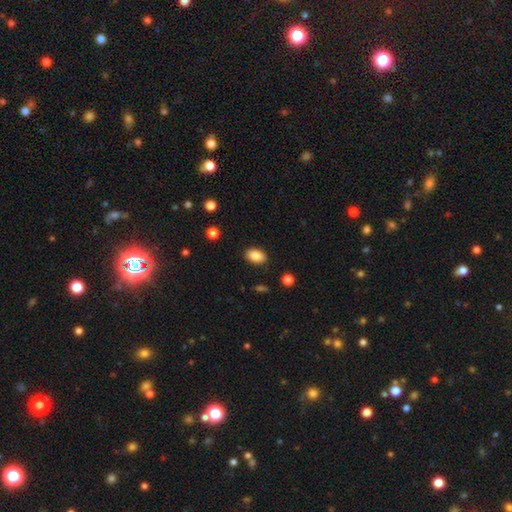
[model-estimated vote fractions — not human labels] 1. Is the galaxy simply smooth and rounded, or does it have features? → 87% smooth, 8% star or artifact, 5% featured or disk.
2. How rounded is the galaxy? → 89% in between, 10% round, 1% cigar-shaped.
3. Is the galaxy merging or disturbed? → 88% none, 9% minor disturbance, 2% major disturbance, 1% merger.